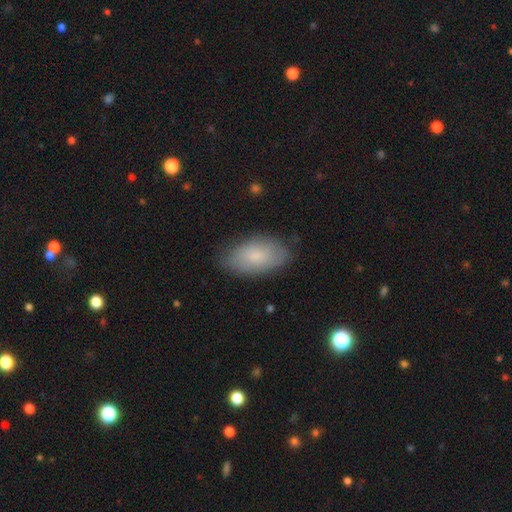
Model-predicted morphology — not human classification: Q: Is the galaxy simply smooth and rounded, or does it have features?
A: smooth — 74%.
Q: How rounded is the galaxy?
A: in between — 94%.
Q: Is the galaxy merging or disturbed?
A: none — 78%.